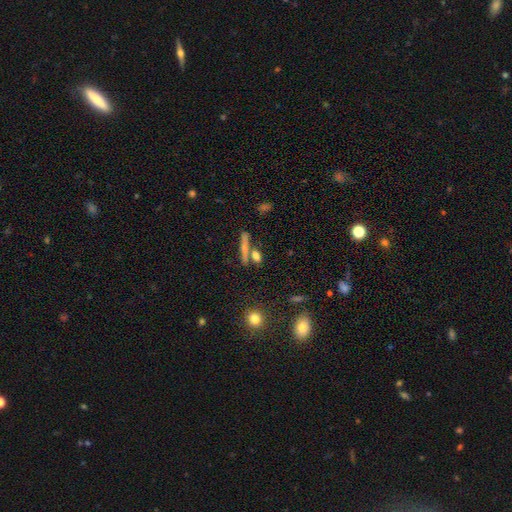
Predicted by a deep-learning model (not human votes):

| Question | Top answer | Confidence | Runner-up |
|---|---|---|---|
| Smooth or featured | smooth | 62% | featured or disk (25%) |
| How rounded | cigar-shaped | 61% | in between (24%) |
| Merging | none | 64% | merger (22%) |